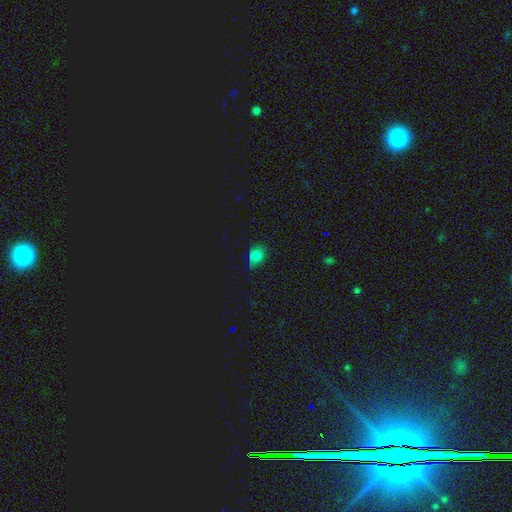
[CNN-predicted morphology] A smooth galaxy with no disk features (76%) that is round (51%).

Vote fractions:
- Smooth or featured? smooth: 76% / star or artifact: 18% / featured or disk: 6%
- How rounded? round: 51% / in between: 47% / cigar-shaped: 2%
- Merging? none: 60% / minor disturbance: 31% / major disturbance: 6% / merger: 2%